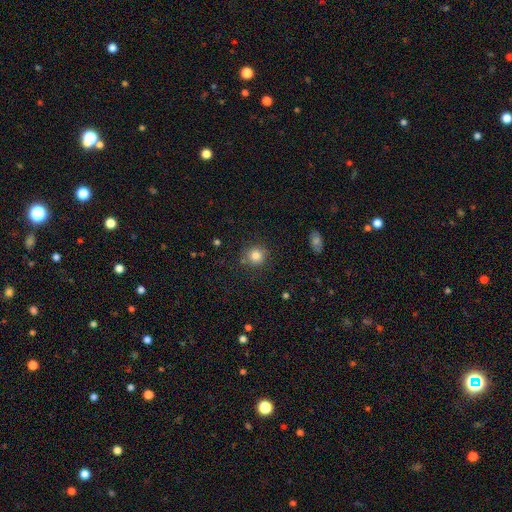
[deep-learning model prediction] Smooth or featured? smooth (83%)
How rounded? round (90%)
Merging? none (84%)